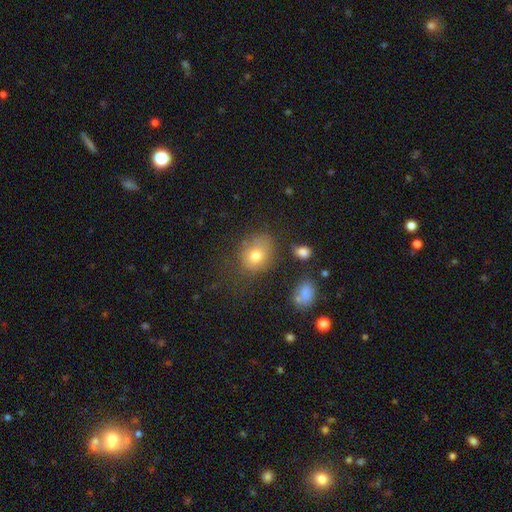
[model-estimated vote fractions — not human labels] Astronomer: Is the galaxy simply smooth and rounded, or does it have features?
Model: smooth — 75%.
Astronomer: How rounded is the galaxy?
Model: round — 56% (runner-up: in between, 43%).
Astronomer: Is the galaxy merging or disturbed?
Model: none — 61%.